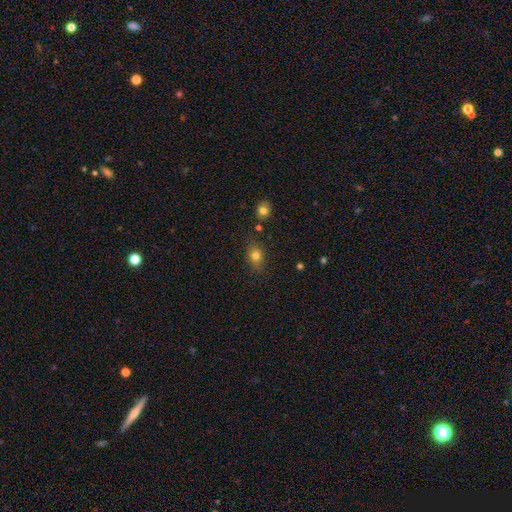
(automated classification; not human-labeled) Smooth or featured?
  - smooth: 79% *
  - star or artifact: 13%
  - featured or disk: 8%
How rounded?
  - in between: 54% *
  - round: 44%
  - cigar-shaped: 2%
Merging?
  - none: 78% *
  - minor disturbance: 15%
  - major disturbance: 4%
  - merger: 3%